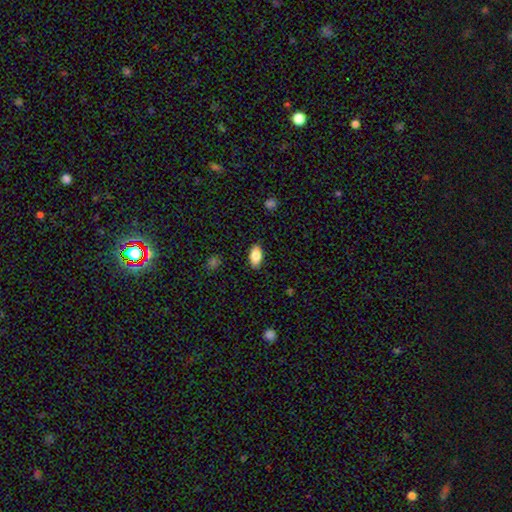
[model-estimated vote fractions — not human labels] Morphology: type=smooth (85%); roundness=in between (92%); merging=none (87%).